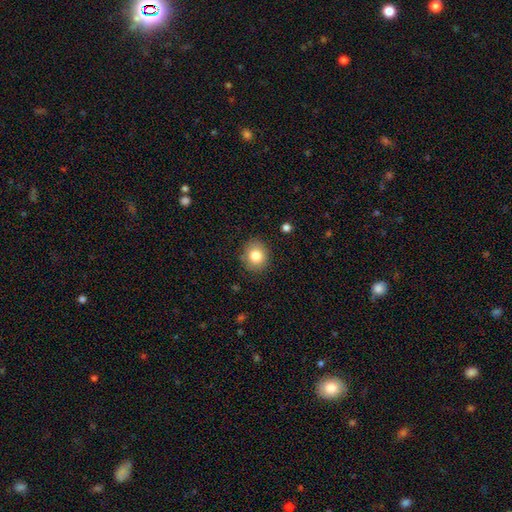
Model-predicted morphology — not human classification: This is clearly a smooth galaxy (81%). How rounded: likely round (74%). Merging: clearly none (86%).